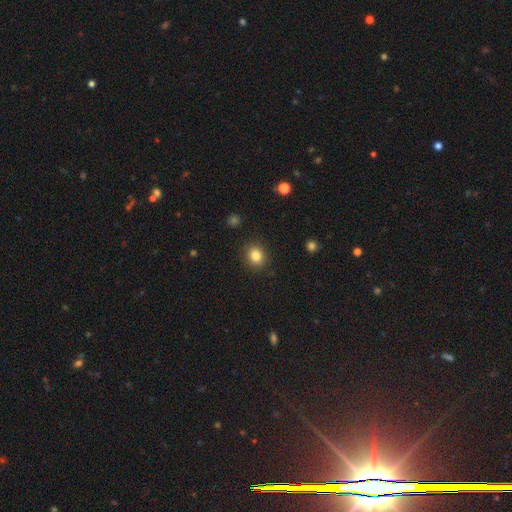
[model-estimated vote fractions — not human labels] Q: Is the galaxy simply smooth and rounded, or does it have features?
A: smooth — 84%.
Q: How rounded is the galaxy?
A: round — 66%.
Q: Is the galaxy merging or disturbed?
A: none — 89%.